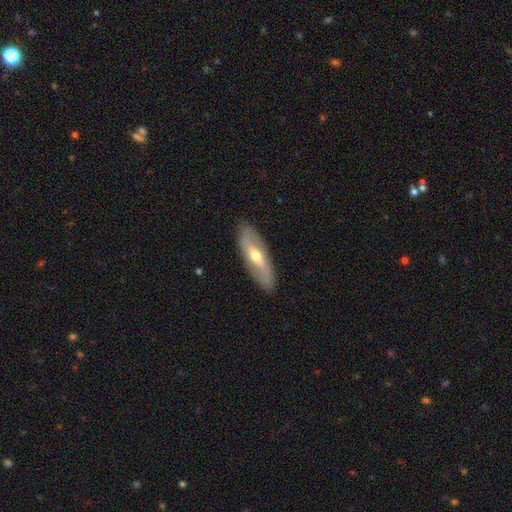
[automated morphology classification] Smooth or featured?
  - featured or disk: 63% *
  - smooth: 31%
  - star or artifact: 6%
Edge-on disk?
  - no: 66% *
  - yes: 34%
Merging?
  - none: 88% *
  - minor disturbance: 9%
  - major disturbance: 2%
  - merger: 1%